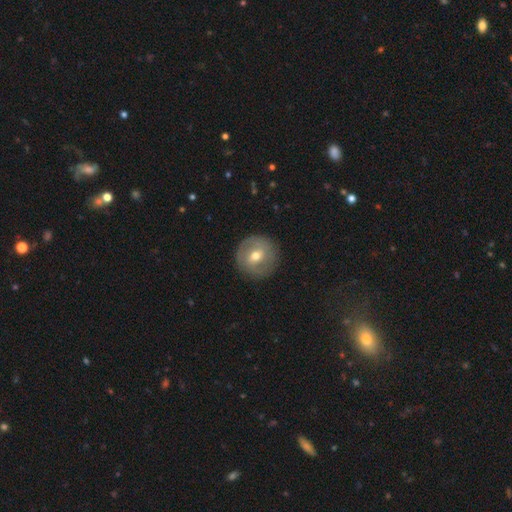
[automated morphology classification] Smooth or featured? Predicted: featured or disk (p=0.52). Edge-on disk? Predicted: no (p=0.94). Merging? Predicted: none (p=0.86).